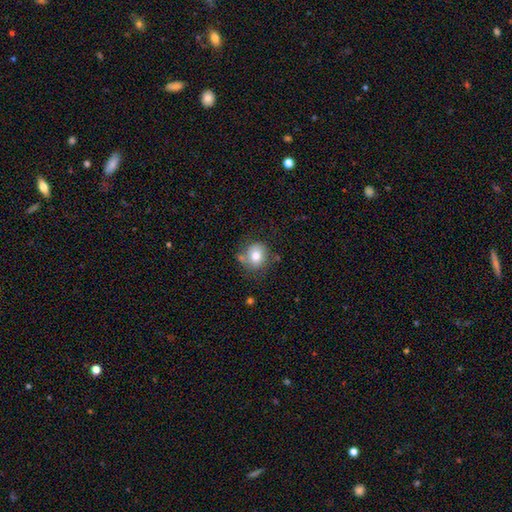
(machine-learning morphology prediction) Overall: smooth (76%). How rounded: round (78%). Merging: none (63%).